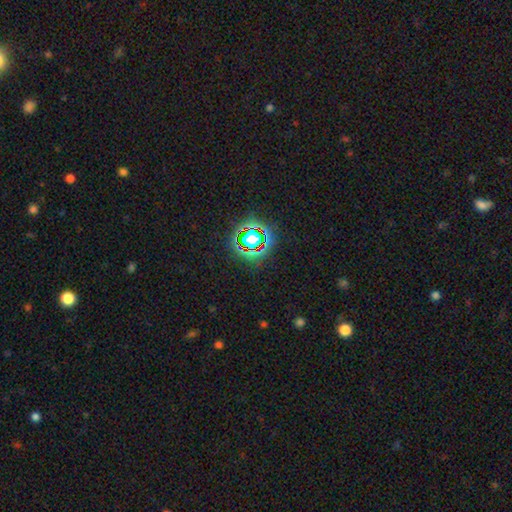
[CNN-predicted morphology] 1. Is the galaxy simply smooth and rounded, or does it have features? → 80% star or artifact, 13% smooth, 7% featured or disk.